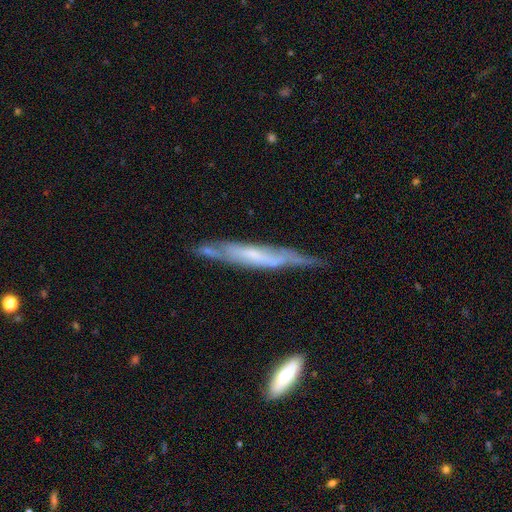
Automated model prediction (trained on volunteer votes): Q: Smooth or featured?
A: featured or disk (66%); runner-up: smooth (27%)
Q: Edge-on disk?
A: yes (71%); runner-up: no (29%)
Q: Merging?
A: none (57%); runner-up: minor disturbance (30%)